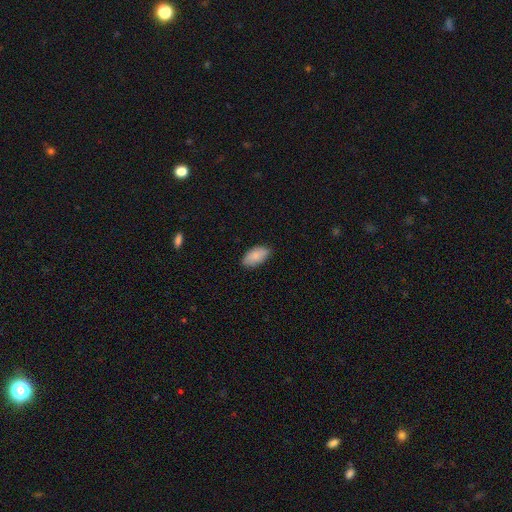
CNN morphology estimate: Q: Smooth or featured?
A: smooth (85%); runner-up: featured or disk (9%)
Q: How rounded?
A: in between (94%); runner-up: round (3%)
Q: Merging?
A: none (80%); runner-up: minor disturbance (16%)